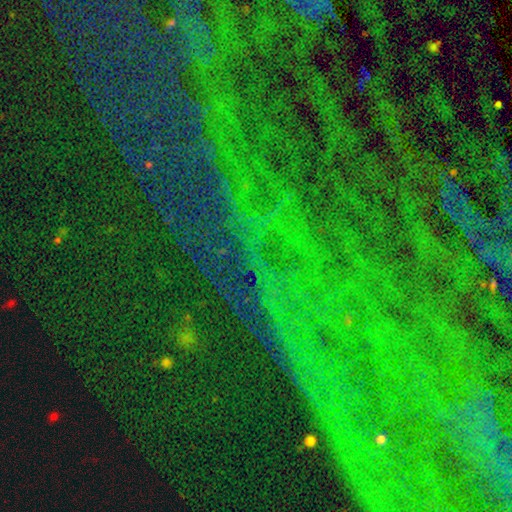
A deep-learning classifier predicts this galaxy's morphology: Smooth or featured? star or artifact (84%)